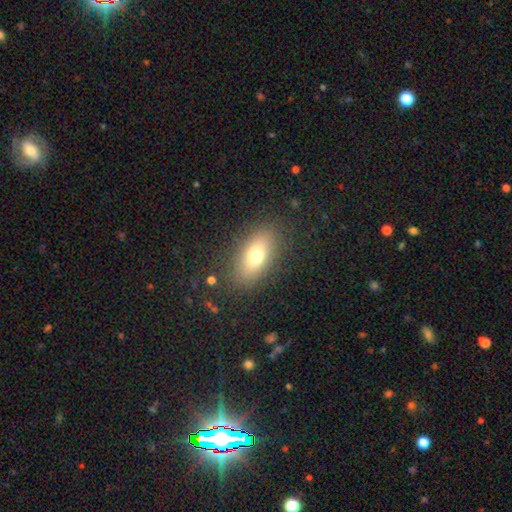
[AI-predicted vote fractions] Smooth or featured?
  - smooth: 72% *
  - featured or disk: 18%
  - star or artifact: 10%
How rounded?
  - in between: 84% *
  - cigar-shaped: 8%
  - round: 8%
Merging?
  - none: 85% *
  - minor disturbance: 10%
  - major disturbance: 4%
  - merger: 1%